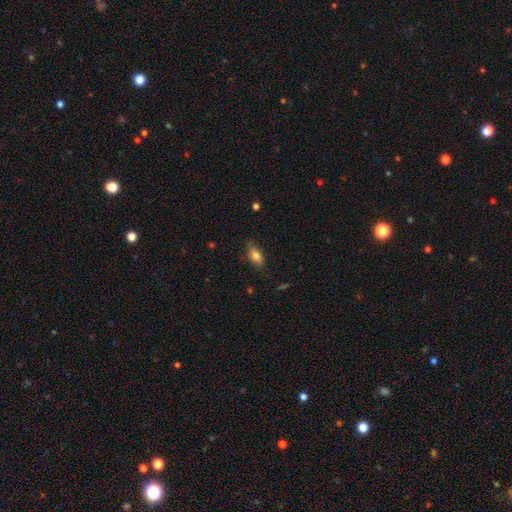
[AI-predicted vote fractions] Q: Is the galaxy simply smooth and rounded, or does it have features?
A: smooth — 78%.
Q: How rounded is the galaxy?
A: in between — 83%.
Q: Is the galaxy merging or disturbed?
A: none — 78%.